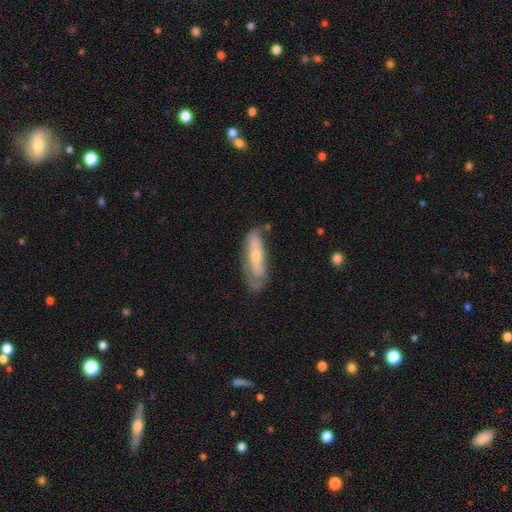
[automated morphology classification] type=featured or disk (56%); edge-on=no (67%); merging=none (60%).